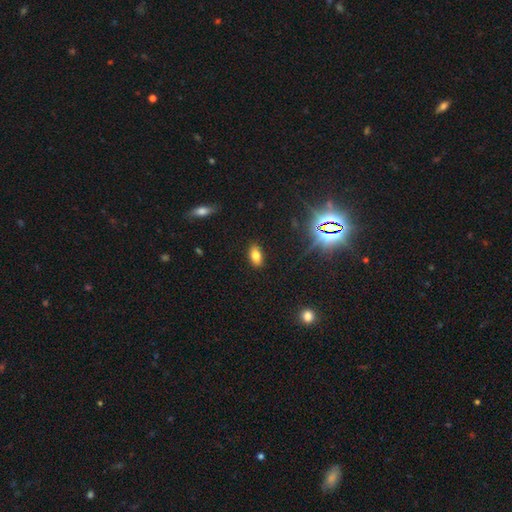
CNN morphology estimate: Smooth or featured? smooth (74%)
How rounded? in between (88%)
Merging? none (88%)